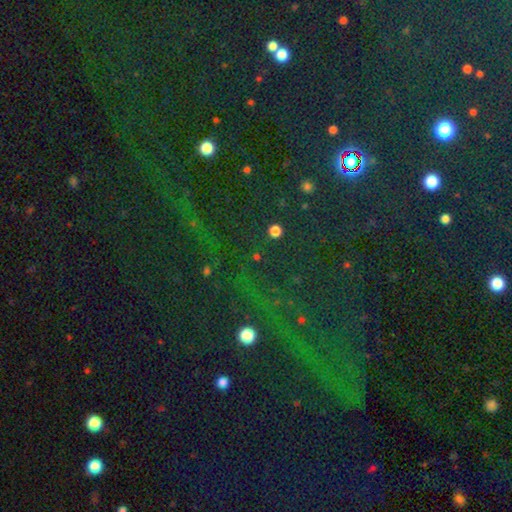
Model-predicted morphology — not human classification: A star or artifact, not a galaxy (81%).

Vote fractions:
- Smooth or featured? star or artifact: 81% / smooth: 11% / featured or disk: 8%